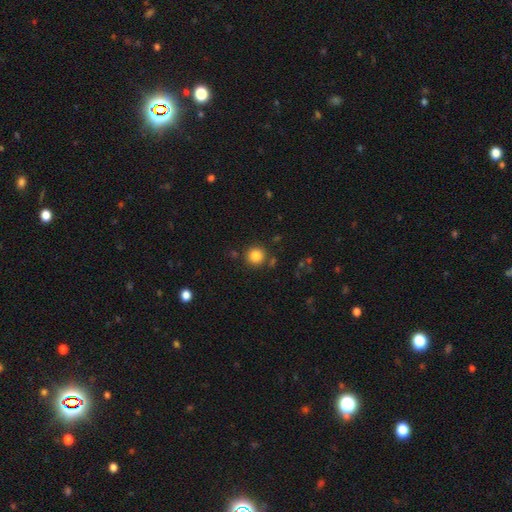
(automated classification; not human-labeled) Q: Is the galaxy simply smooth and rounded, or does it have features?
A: smooth — 84%.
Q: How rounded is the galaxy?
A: round — 93%.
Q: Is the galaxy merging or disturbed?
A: none — 85%.